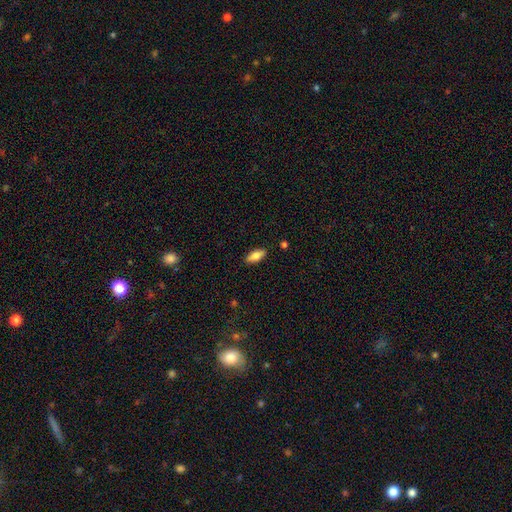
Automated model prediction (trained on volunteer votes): Q: Smooth or featured?
A: smooth (75%); runner-up: featured or disk (18%)
Q: How rounded?
A: in between (77%); runner-up: cigar-shaped (20%)
Q: Merging?
A: none (87%); runner-up: minor disturbance (9%)